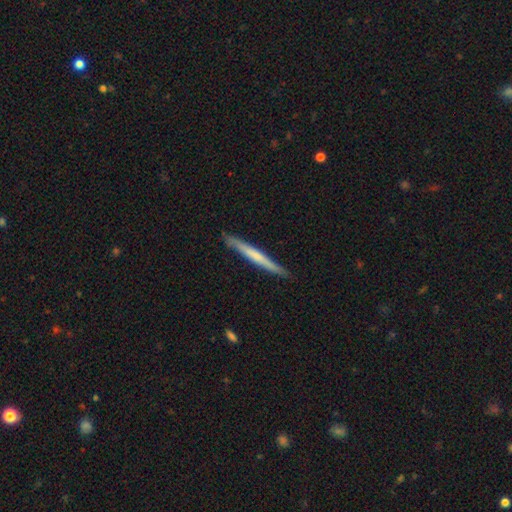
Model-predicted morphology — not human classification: A smooth galaxy with no disk features (49%).

Vote fractions:
- Smooth or featured? smooth: 49% / featured or disk: 46% / star or artifact: 5%
- Merging? none: 89% / minor disturbance: 9% / major disturbance: 1% / merger: 1%